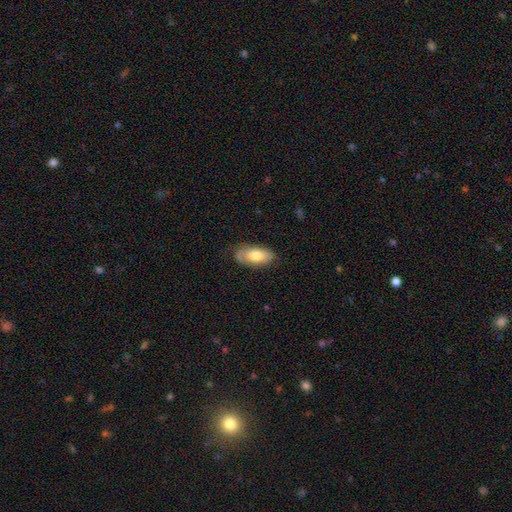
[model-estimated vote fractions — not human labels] Morphology: type=smooth (69%); roundness=in between (91%); merging=none (73%).